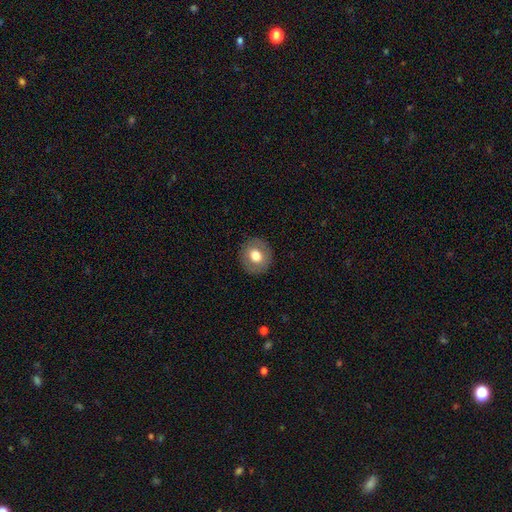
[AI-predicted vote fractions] Q: Smooth or featured?
A: smooth (70%); runner-up: featured or disk (22%)
Q: How rounded?
A: round (83%); runner-up: in between (16%)
Q: Merging?
A: none (88%); runner-up: minor disturbance (8%)